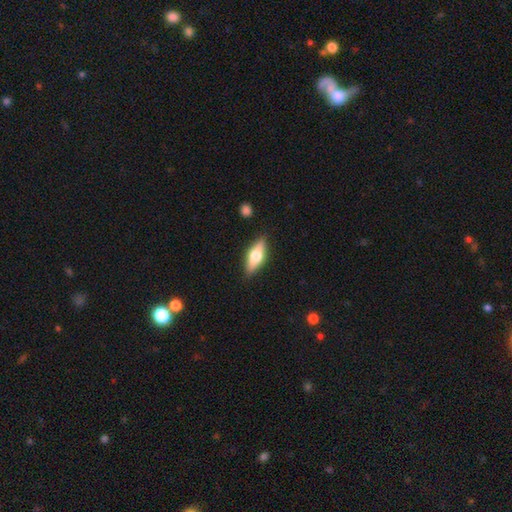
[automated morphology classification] Smooth or featured: featured or disk — 51% (smooth — 43%)
Edge-on disk: yes — 91% (no — 9%)
Merging: none — 87% (minor disturbance — 9%)